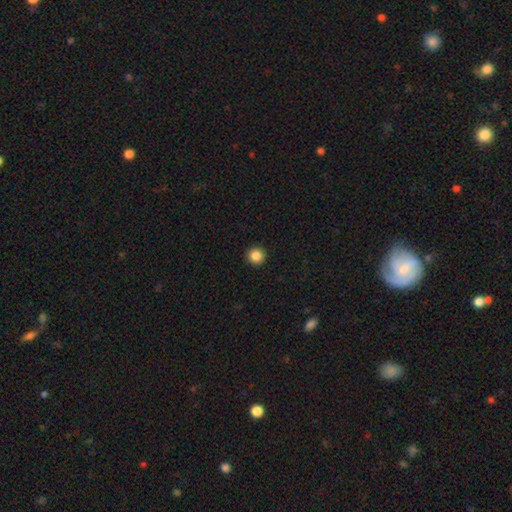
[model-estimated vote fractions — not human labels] smooth_or_featured: smooth (p=0.86) [alt: star or artifact p=0.10]
how_rounded: round (p=0.96) [alt: in between p=0.03]
merging: none (p=0.94) [alt: minor disturbance p=0.04]